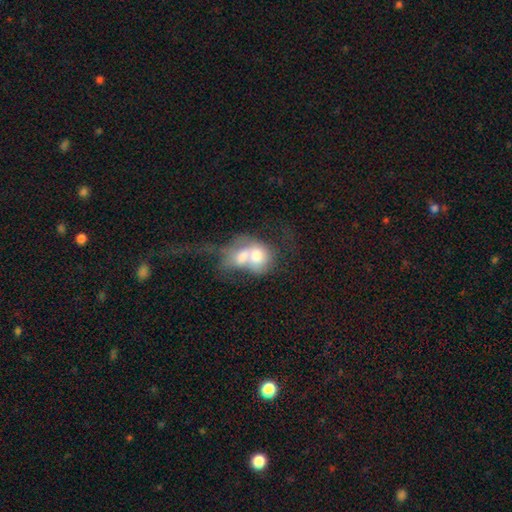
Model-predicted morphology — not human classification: Smooth or featured? smooth (56%)
How rounded? in between (53%)
Merging? merger (75%)